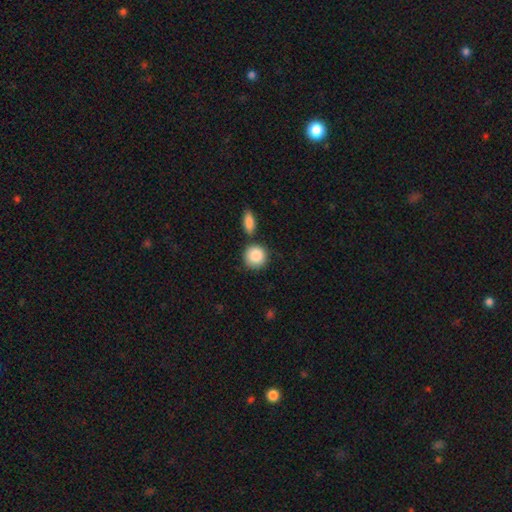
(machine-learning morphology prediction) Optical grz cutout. It shows a smooth galaxy with no disk features (88%) that is round (89%). Merging: none (73%).